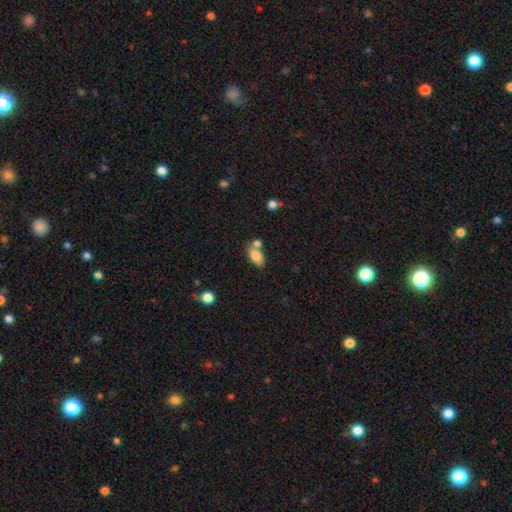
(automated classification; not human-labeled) This is clearly a smooth galaxy (81%). How rounded: clearly in between (89%). Merging: possibly none (52%).